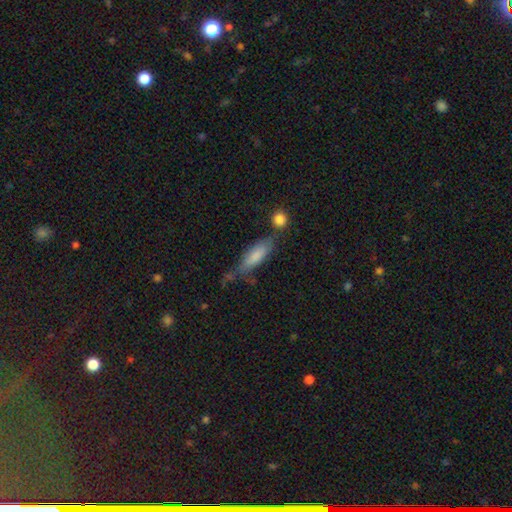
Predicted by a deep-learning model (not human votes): A smooth galaxy with no disk features (74%) that is in between round and cigar-shaped (50%). Merging: none (46%).